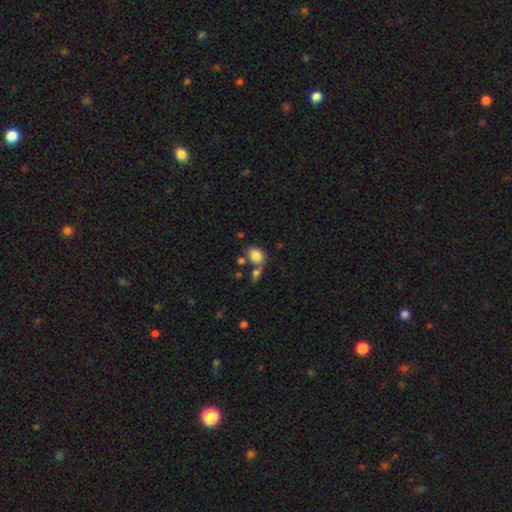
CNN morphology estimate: Smooth or featured? Predicted: smooth (p=0.83). How rounded? Predicted: in between (p=0.60). Merging? Predicted: none (p=0.54).